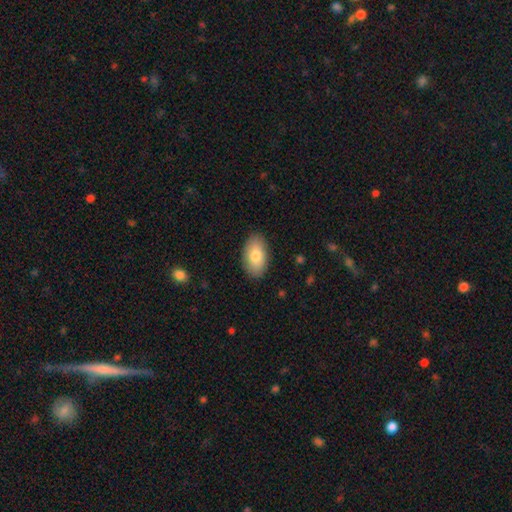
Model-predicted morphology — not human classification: smooth 81%, featured or disk 13%, star or artifact 6%. Down the decision tree: how rounded — in between (94%); merging — none (88%).